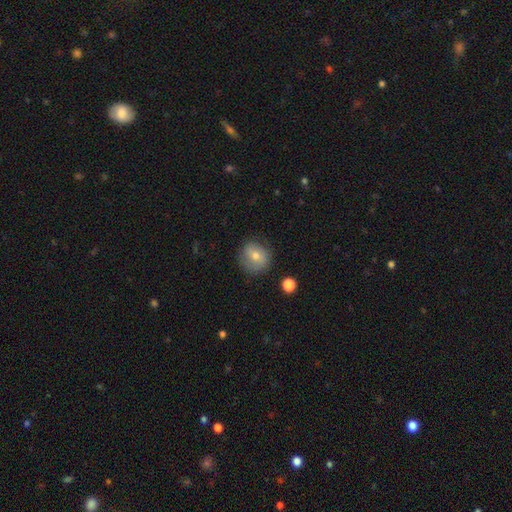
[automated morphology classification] Smooth or featured? Predicted: smooth (p=0.61). How rounded? Predicted: round (p=0.82). Merging? Predicted: none (p=0.77).